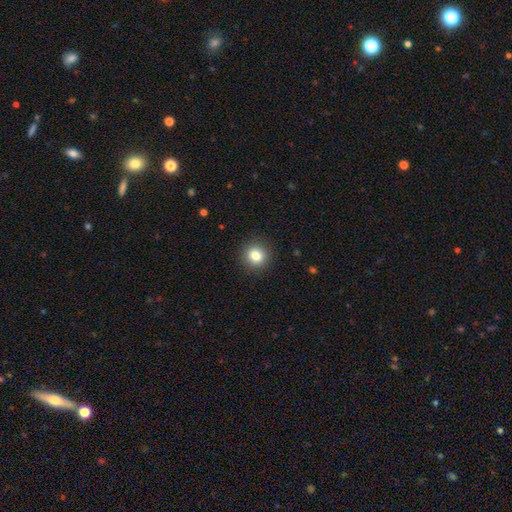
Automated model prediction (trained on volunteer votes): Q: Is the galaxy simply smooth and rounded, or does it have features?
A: smooth — 83%.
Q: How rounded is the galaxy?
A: round — 92%.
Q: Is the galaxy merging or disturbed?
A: none — 92%.